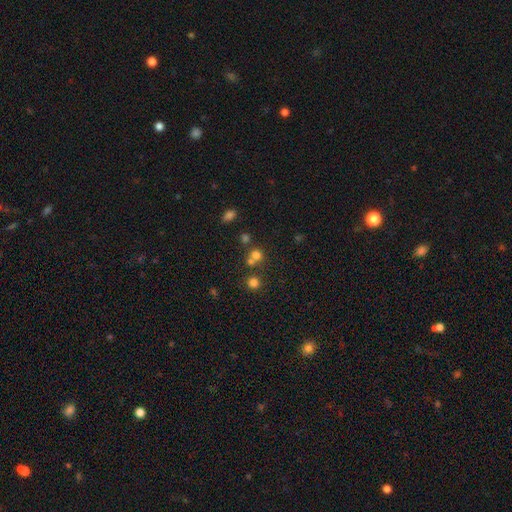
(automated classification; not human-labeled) This is likely a smooth galaxy (68%). How rounded: clearly round (86%). Merging: possibly none (55%).